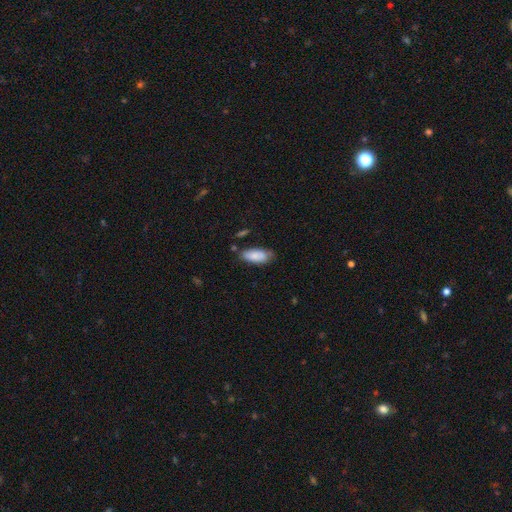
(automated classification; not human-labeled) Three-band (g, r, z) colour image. It shows a smooth galaxy with no disk features (85%) that is in between round and cigar-shaped (85%). Merging: none (68%).